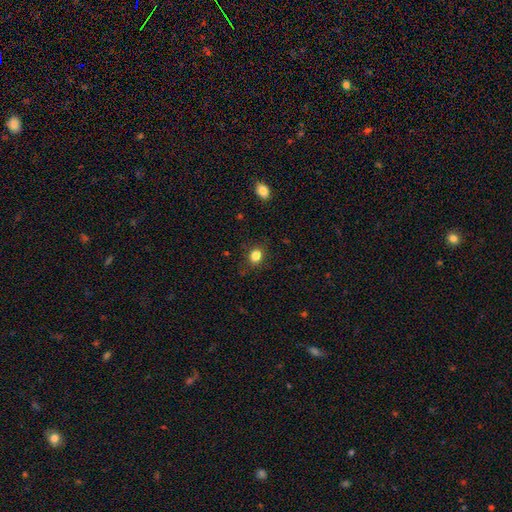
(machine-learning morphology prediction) Overall: smooth (84%). How rounded: round (66%; in between 33%). Merging: none (85%).